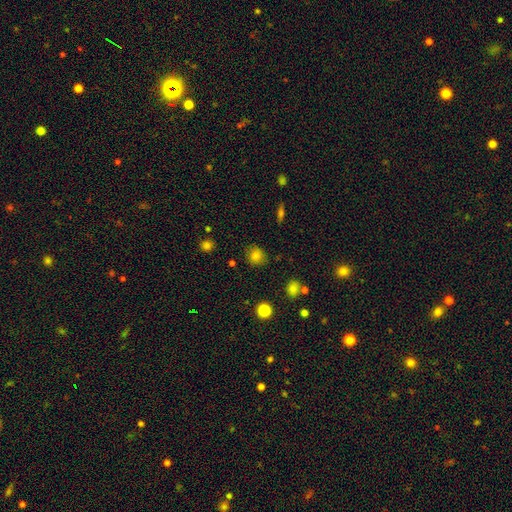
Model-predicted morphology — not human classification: Smooth or featured?
  - smooth: 79% *
  - star or artifact: 13%
  - featured or disk: 8%
How rounded?
  - round: 83% *
  - in between: 16%
  - cigar-shaped: 1%
Merging?
  - none: 83% *
  - minor disturbance: 12%
  - major disturbance: 3%
  - merger: 2%